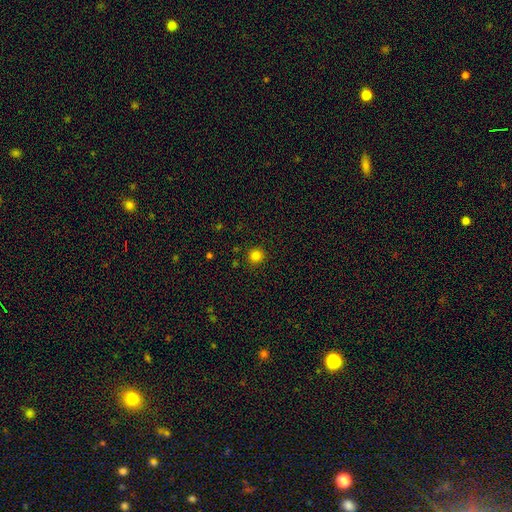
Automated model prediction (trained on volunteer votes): This appears to be a smooth galaxy with no disk features (82%) that is round (94%). Merging: none (91%).